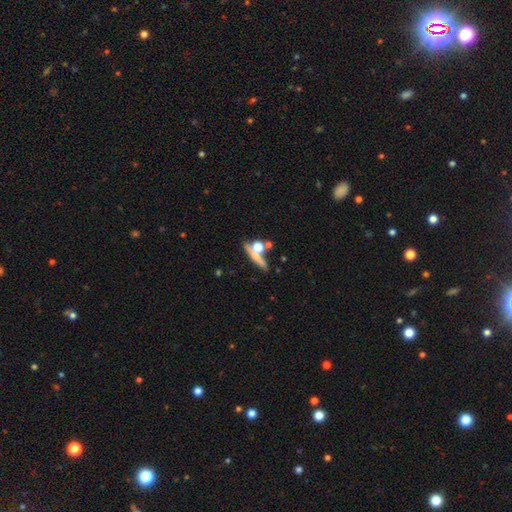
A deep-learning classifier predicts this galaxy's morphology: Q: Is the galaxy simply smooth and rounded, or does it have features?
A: smooth — 47%.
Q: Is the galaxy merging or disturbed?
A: none — 53%.